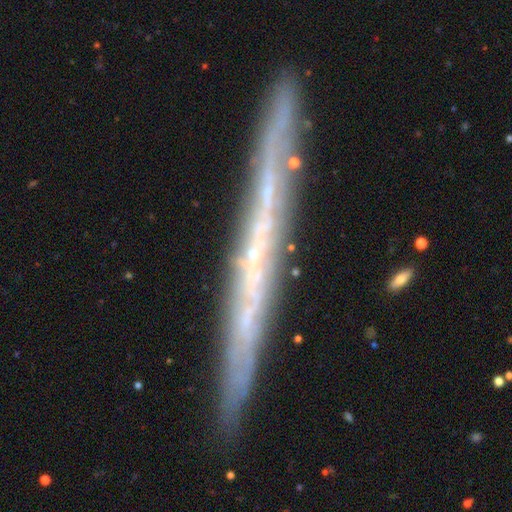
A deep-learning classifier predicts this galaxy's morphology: The model was most divided on "smooth or featured": featured or disk: 72%, smooth: 19%, star or artifact: 8%. More confident: edge-on disk — yes (94%); merging — none (88%); edge-on bulge — none (85%).